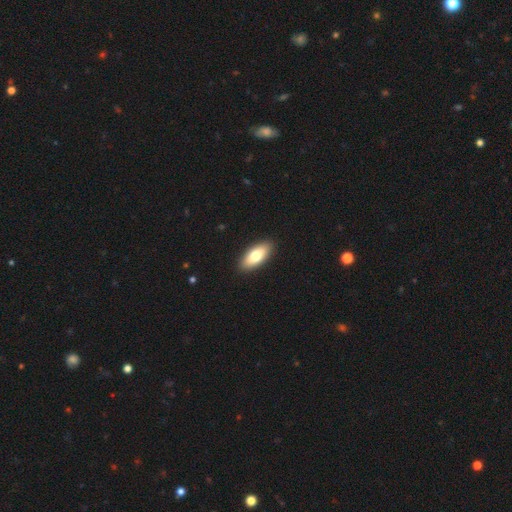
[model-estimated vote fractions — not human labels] This is likely a smooth galaxy (76%). How rounded: clearly in between (84%). Merging: clearly none (91%).